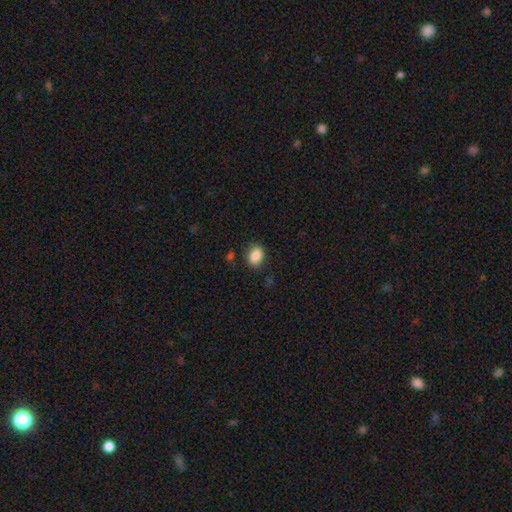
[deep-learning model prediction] This appears to be a smooth galaxy with no disk features (87%) that is in between round and cigar-shaped (70%). Merging: none (82%).